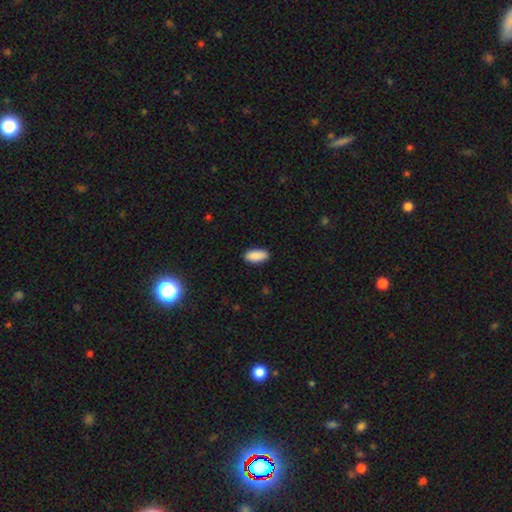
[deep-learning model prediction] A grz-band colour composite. It shows a smooth galaxy with no disk features (90%) that is in between round and cigar-shaped (89%). Merging: none (89%).